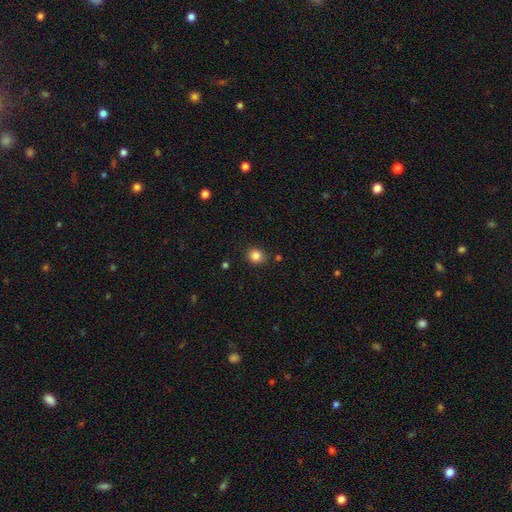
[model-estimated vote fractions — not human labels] Smooth or featured: smooth — 85% (star or artifact — 11%)
How rounded: round — 79% (in between — 20%)
Merging: none — 84% (minor disturbance — 10%)